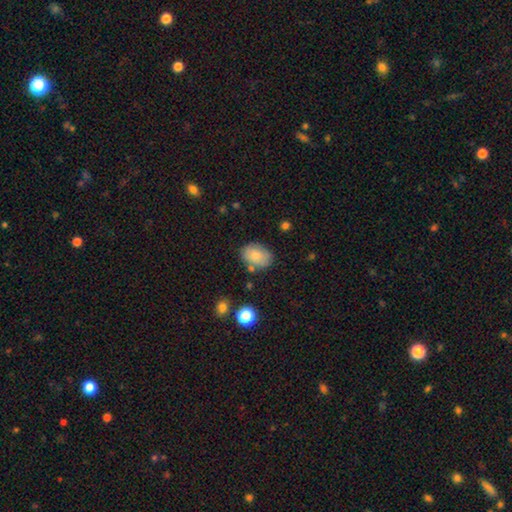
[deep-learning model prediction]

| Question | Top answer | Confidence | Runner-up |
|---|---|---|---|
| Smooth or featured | smooth | 82% | featured or disk (10%) |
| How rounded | in between | 81% | round (18%) |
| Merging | none | 75% | minor disturbance (16%) |